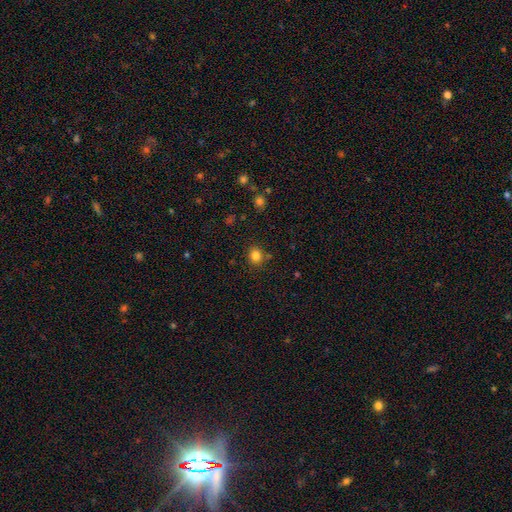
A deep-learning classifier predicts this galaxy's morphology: smooth-or-featured: smooth: 82% | star or artifact: 13% | featured or disk: 5%
  how-rounded: round: 81% | in between: 18% | cigar-shaped: 1%
  merging: none: 85% | minor disturbance: 9% | merger: 4% | major disturbance: 3%